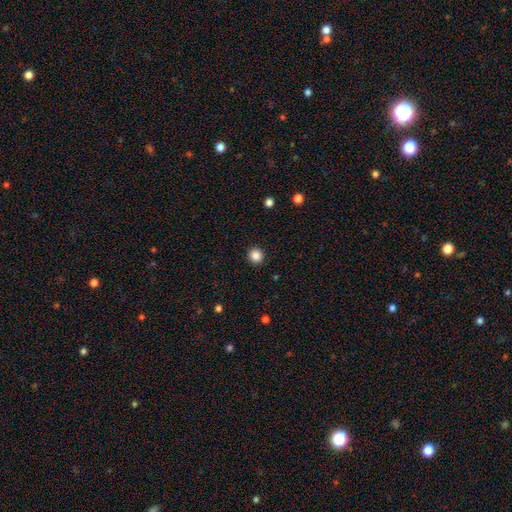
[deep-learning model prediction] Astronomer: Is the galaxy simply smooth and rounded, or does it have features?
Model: smooth — 86%.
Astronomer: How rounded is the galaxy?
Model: round — 94%.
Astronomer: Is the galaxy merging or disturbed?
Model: none — 92%.